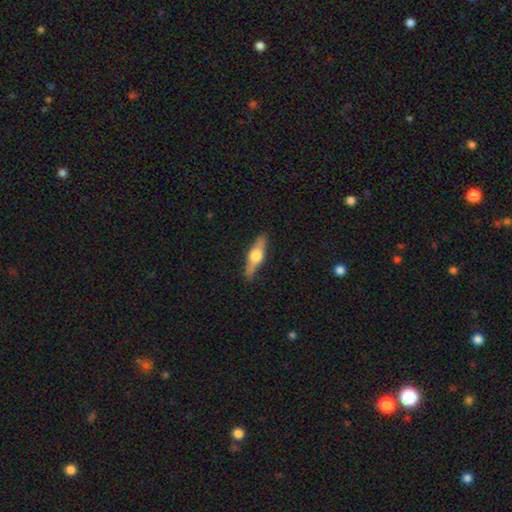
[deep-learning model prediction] Smooth or featured? Predicted: featured or disk (p=0.58). Edge-on disk? Predicted: yes (p=0.94). Edge-on bulge? Predicted: rounded (p=0.95). Merging? Predicted: none (p=0.87).